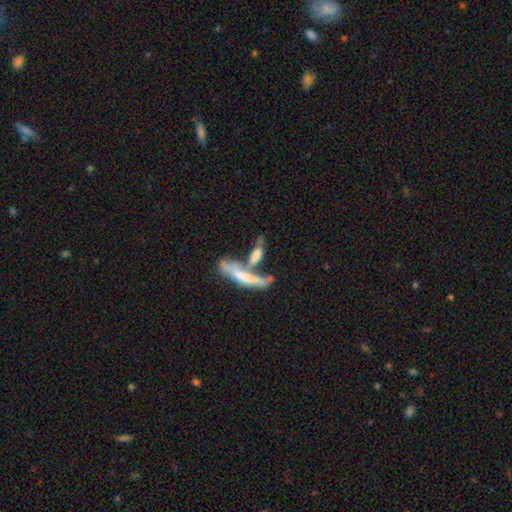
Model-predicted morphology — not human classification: The model was most divided on "smooth or featured": smooth: 52%, featured or disk: 39%, star or artifact: 9%. More confident: how rounded — cigar-shaped (66%); merging — merger (56%).